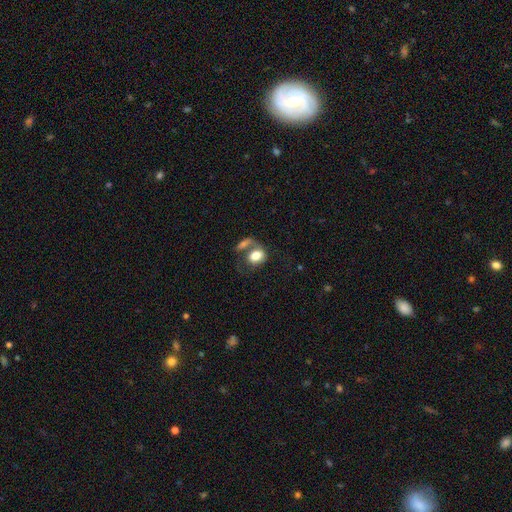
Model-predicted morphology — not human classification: type=smooth (72%); roundness=in between (67%); merging=merger (49%).